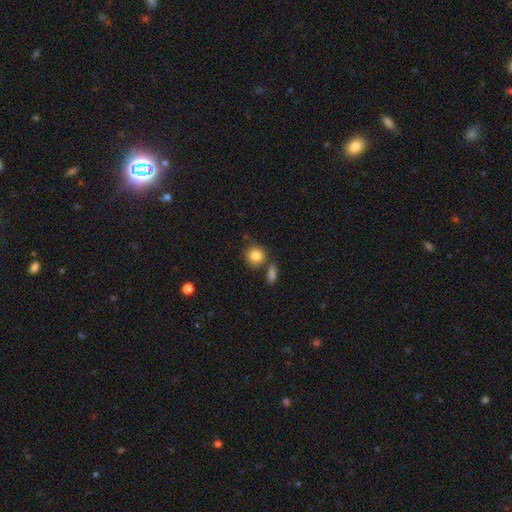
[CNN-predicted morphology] Smooth or featured? smooth (85%)
How rounded? round (83%)
Merging? none (67%)